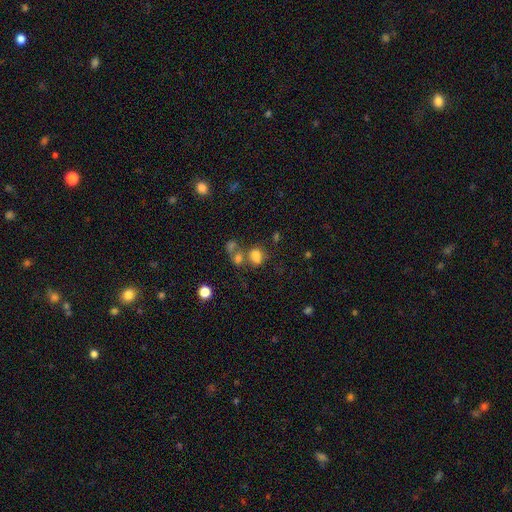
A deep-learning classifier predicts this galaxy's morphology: A smooth galaxy with no disk features (72%) that is round (53%).

Vote fractions:
- Smooth or featured? smooth: 72% / star or artifact: 16% / featured or disk: 12%
- How rounded? round: 53% / in between: 46% / cigar-shaped: 1%
- Merging? none: 42% / merger: 36% / minor disturbance: 13% / major disturbance: 9%